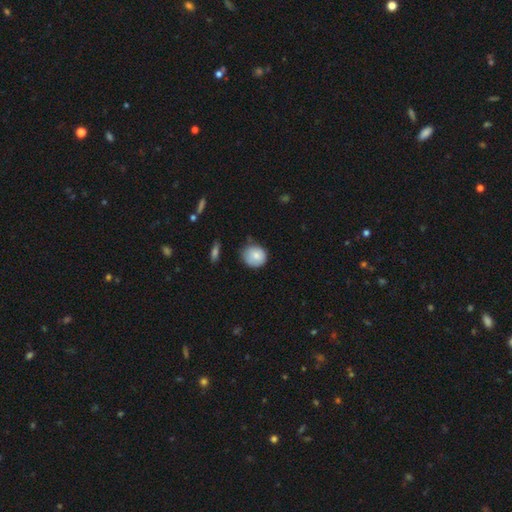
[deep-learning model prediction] This appears to be a smooth galaxy with no disk features (80%) that is round (84%). Merging: none (61%).